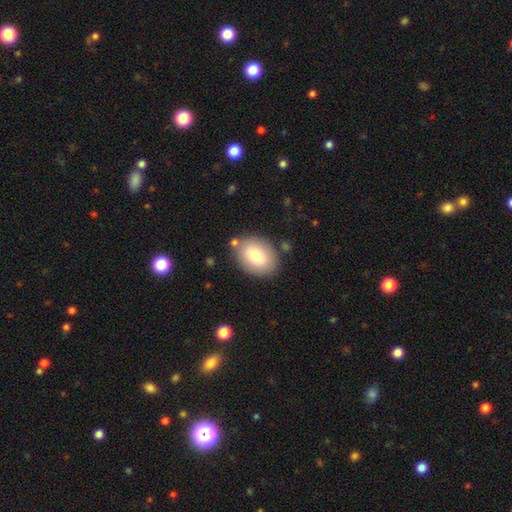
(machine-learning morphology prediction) Smooth or featured? smooth (79%)
How rounded? in between (74%)
Merging? none (79%)